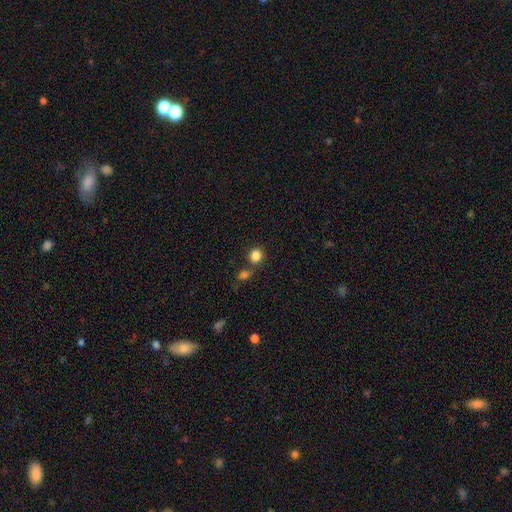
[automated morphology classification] smooth-or-featured: smooth: 85% | star or artifact: 11% | featured or disk: 4%
  how-rounded: round: 78% | in between: 21% | cigar-shaped: 1%
  merging: none: 67% | merger: 19% | minor disturbance: 10% | major disturbance: 4%